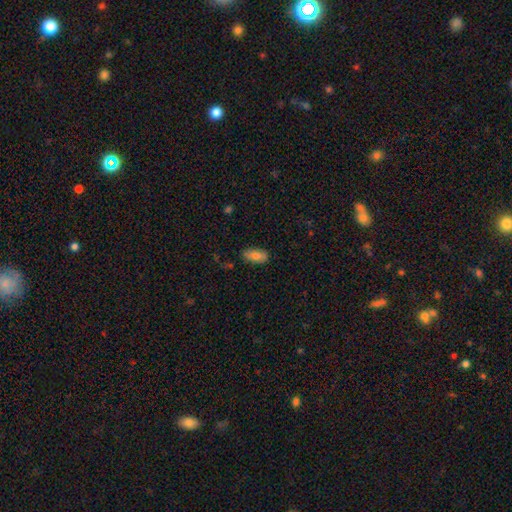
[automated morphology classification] A smooth galaxy with no disk features (81%) that is in between round and cigar-shaped (91%). Merging: none (79%).